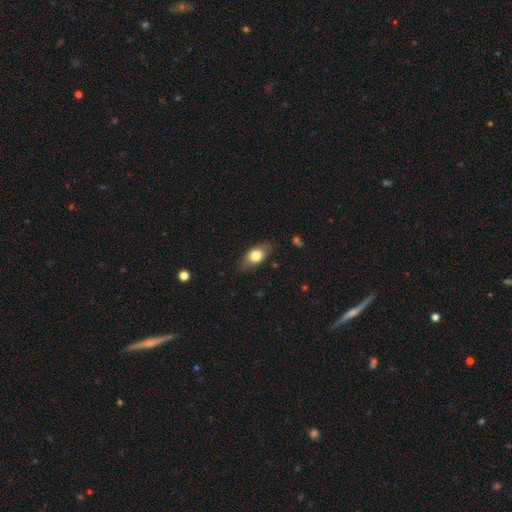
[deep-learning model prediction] smooth_or_featured: smooth (p=0.74) [alt: featured or disk p=0.19]
how_rounded: in between (p=0.82) [alt: round p=0.11]
merging: none (p=0.79) [alt: minor disturbance p=0.16]